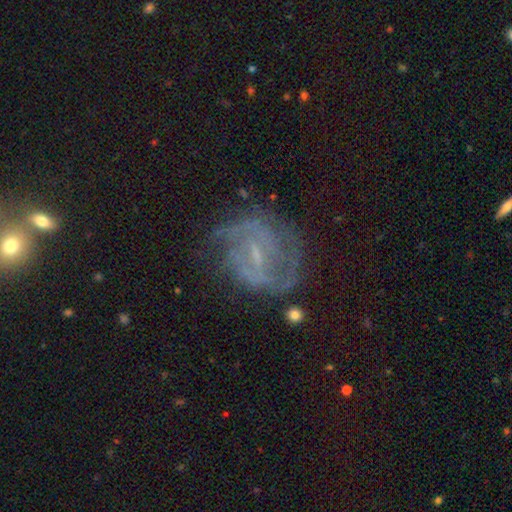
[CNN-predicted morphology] smooth_or_featured: featured or disk (p=0.72) [alt: star or artifact p=0.17]
disk_edge_on: no (p=0.97) [alt: yes p=0.03]
bar: weak (p=0.50) [alt: no p=0.31]
has_spiral_arms: yes (p=0.91) [alt: no p=0.09]
spiral_winding: medium (p=0.46) [alt: tight p=0.40]
spiral_arm_count: 2 (p=0.54) [alt: can't tell p=0.23]
bulge_size: small (p=0.74) [alt: moderate p=0.14]
merging: none (p=0.71) [alt: minor disturbance p=0.17]